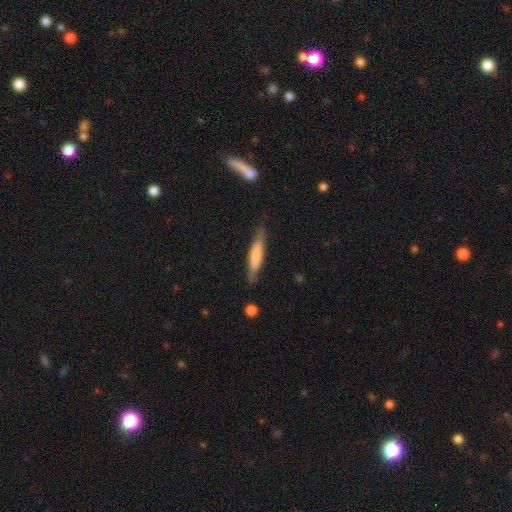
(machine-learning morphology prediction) Smooth or featured?
  - smooth: 63% *
  - featured or disk: 31%
  - star or artifact: 6%
How rounded?
  - cigar-shaped: 83% *
  - in between: 15%
  - round: 1%
Merging?
  - none: 80% *
  - minor disturbance: 15%
  - major disturbance: 3%
  - merger: 2%